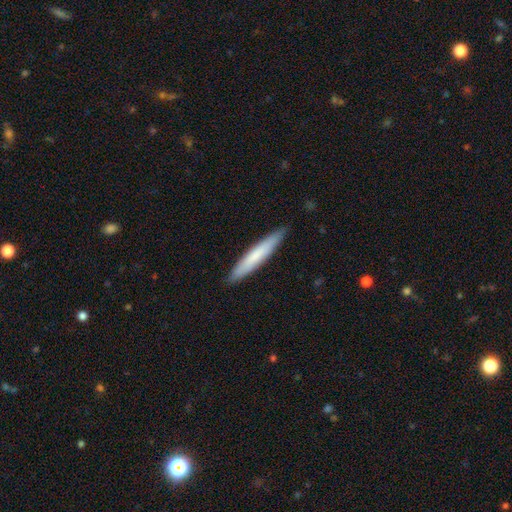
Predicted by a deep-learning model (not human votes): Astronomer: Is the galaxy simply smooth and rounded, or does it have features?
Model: smooth — 70%.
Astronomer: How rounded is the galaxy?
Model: cigar-shaped — 93%.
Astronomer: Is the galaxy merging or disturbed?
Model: none — 89%.